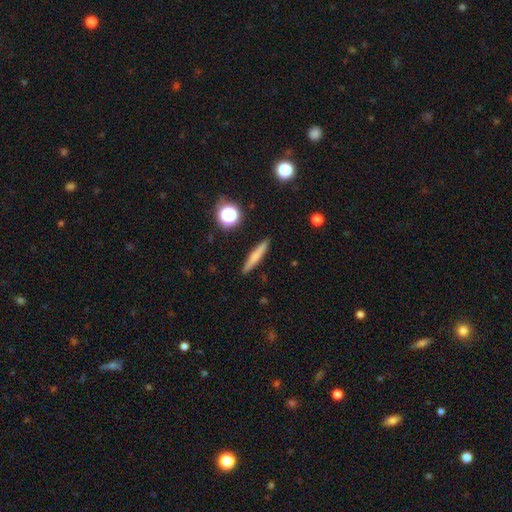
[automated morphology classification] Smooth or featured? Predicted: smooth (p=0.63). How rounded? Predicted: cigar-shaped (p=0.91). Merging? Predicted: none (p=0.90).